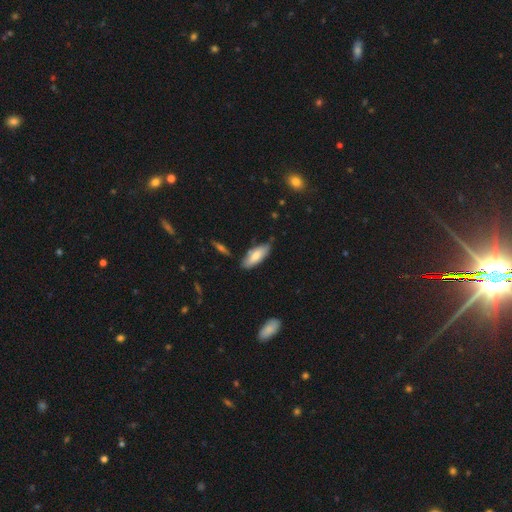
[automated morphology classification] A smooth galaxy with no disk features (73%) that is in between round and cigar-shaped (74%).

Vote fractions:
- Smooth or featured? smooth: 73% / featured or disk: 21% / star or artifact: 6%
- How rounded? in between: 74% / cigar-shaped: 24% / round: 2%
- Merging? none: 73% / minor disturbance: 20% / merger: 4% / major disturbance: 3%